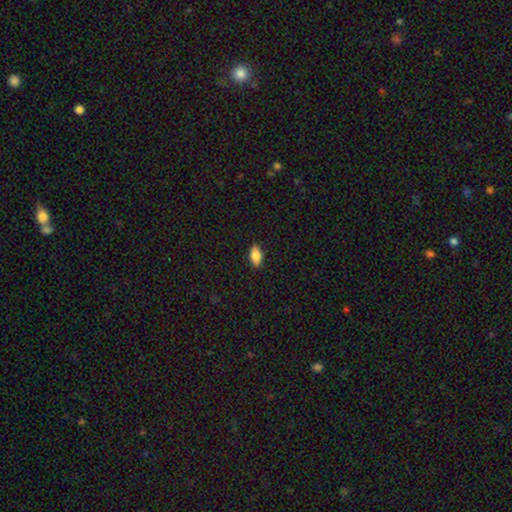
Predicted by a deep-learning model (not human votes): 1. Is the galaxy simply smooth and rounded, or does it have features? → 85% smooth, 8% featured or disk, 7% star or artifact.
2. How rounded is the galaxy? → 90% in between, 7% cigar-shaped, 3% round.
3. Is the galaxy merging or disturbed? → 89% none, 9% minor disturbance, 2% major disturbance, 1% merger.